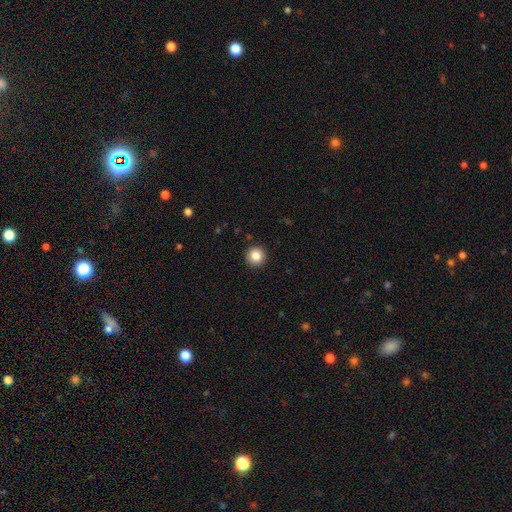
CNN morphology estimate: The model was most divided on "smooth or featured": smooth: 86%, star or artifact: 9%, featured or disk: 4%. More confident: how rounded — round (95%); merging — none (92%).